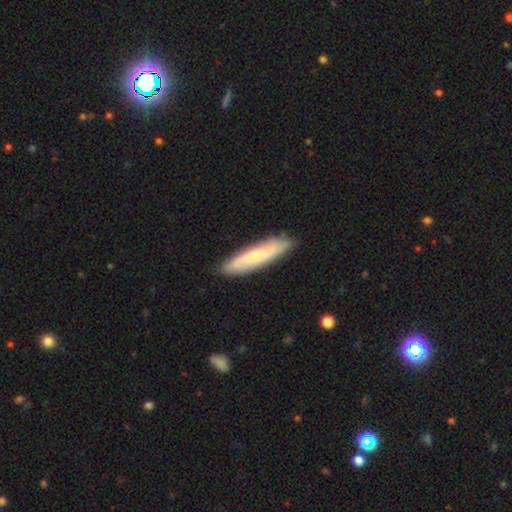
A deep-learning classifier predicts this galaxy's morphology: This is possibly a smooth galaxy (57%). How rounded: clearly cigar-shaped (80%). Merging: clearly none (87%).